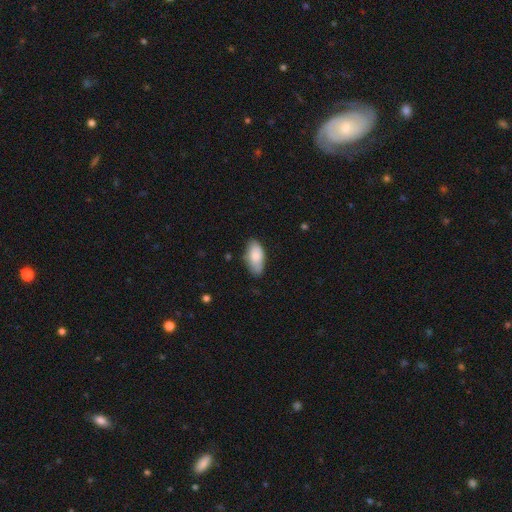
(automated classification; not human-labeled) A smooth galaxy with no disk features (81%) that is in between round and cigar-shaped (92%).

Vote fractions:
- Smooth or featured? smooth: 81% / featured or disk: 13% / star or artifact: 6%
- How rounded? in between: 92% / cigar-shaped: 6% / round: 2%
- Merging? none: 71% / minor disturbance: 23% / major disturbance: 4% / merger: 2%